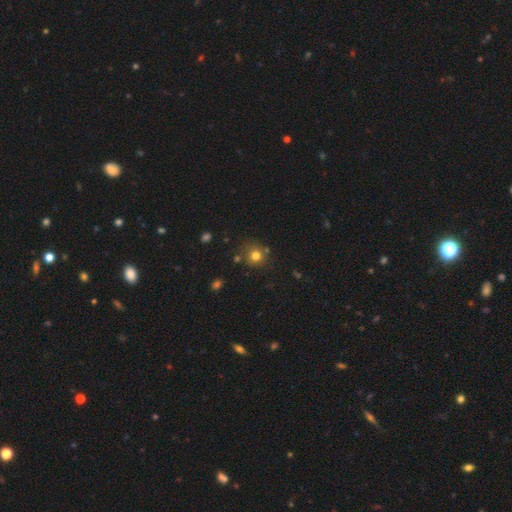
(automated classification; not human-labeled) The model was most divided on "merging": none: 75%, minor disturbance: 13%, merger: 8%, major disturbance: 4%. More confident: how rounded — round (88%); smooth or featured — smooth (77%).